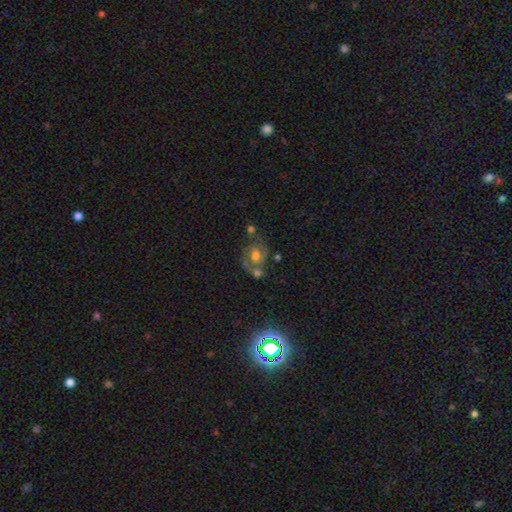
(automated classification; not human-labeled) featured or disk 65%, smooth 24%, star or artifact 11%. Down the decision tree: edge-on disk — no (97%); bar — no (58%); spiral arms — yes (81%); spiral arm count — 2 (75%); spiral winding — medium (47%); bulge size — moderate (67%); merging — none (45%).